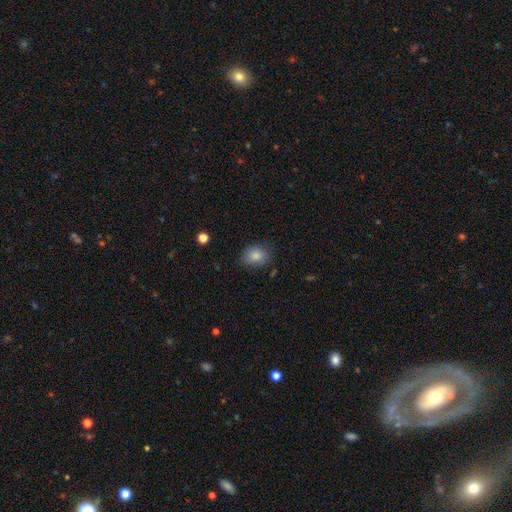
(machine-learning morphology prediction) This is clearly a smooth galaxy (84%). How rounded: possibly in between (52%). Merging: likely none (76%).